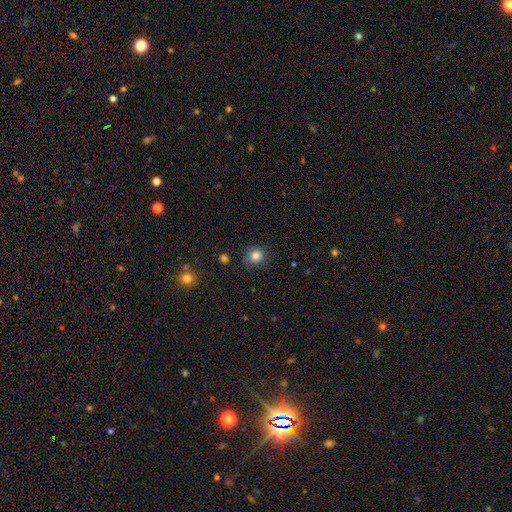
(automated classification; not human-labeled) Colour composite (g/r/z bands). It shows a smooth galaxy with no disk features (83%) that is round (86%). Merging: none (85%).